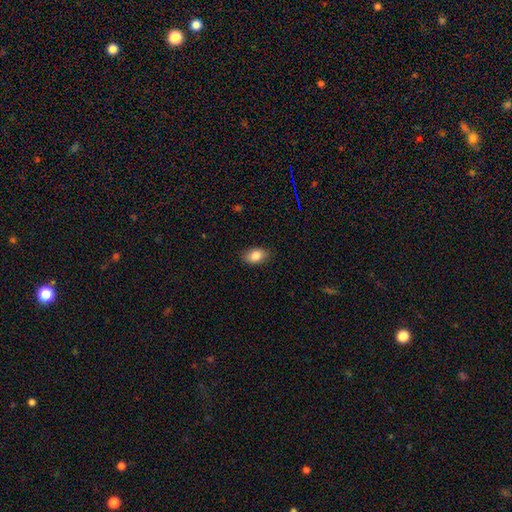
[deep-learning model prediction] The model was most divided on "how rounded": in between: 87%, round: 12%, cigar-shaped: 2%. More confident: merging — none (87%); smooth or featured — smooth (85%).